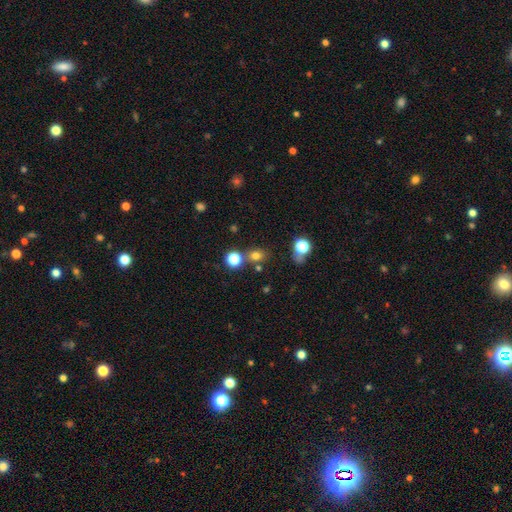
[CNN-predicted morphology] Smooth or featured? Predicted: smooth (p=0.72). How rounded? Predicted: round (p=0.65). Merging? Predicted: none (p=0.69).